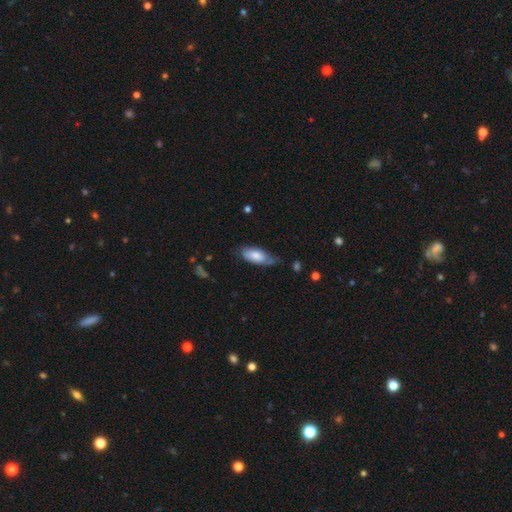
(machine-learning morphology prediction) This is likely a smooth galaxy (72%). How rounded: clearly in between (83%). Merging: possibly none (47%).